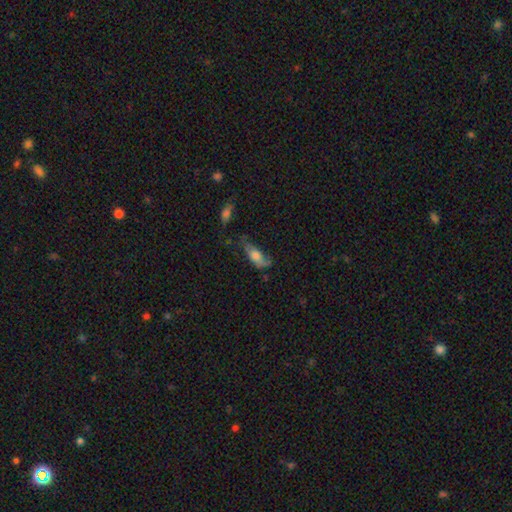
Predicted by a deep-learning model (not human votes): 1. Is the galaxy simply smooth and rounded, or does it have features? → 64% smooth, 28% featured or disk, 8% star or artifact.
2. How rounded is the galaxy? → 74% in between, 23% cigar-shaped, 3% round.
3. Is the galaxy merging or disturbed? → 40% none, 32% minor disturbance, 21% major disturbance, 6% merger.